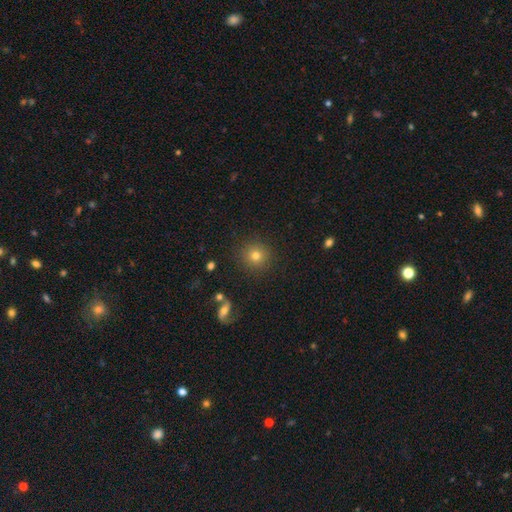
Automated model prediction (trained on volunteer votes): A smooth galaxy with no disk features (77%) that is round (93%). Merging: none (90%).